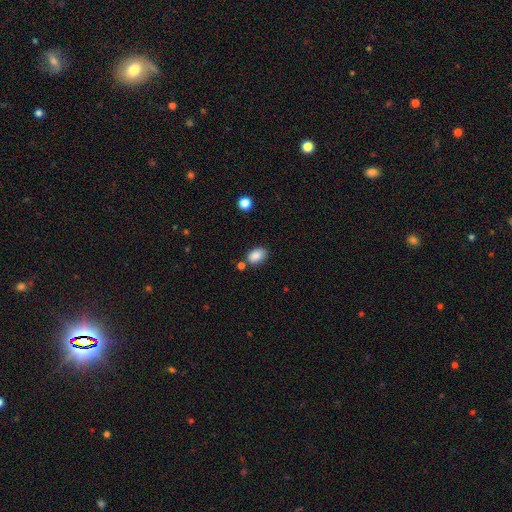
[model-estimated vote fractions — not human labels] smooth 87%, star or artifact 8%, featured or disk 4%. Down the decision tree: how rounded — in between (87%); merging — none (73%).